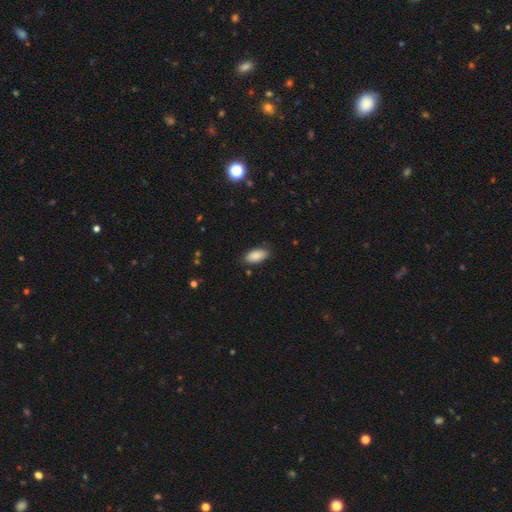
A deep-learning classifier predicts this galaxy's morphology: smooth-or-featured: smooth: 89% | star or artifact: 7% | featured or disk: 4%
  how-rounded: in between: 93% | cigar-shaped: 5% | round: 2%
  merging: none: 84% | minor disturbance: 12% | major disturbance: 3% | merger: 1%